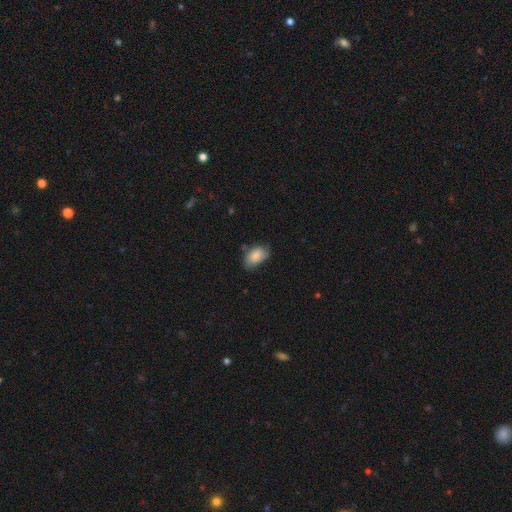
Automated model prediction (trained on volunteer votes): Smooth or featured?
  - smooth: 80% *
  - featured or disk: 13%
  - star or artifact: 7%
How rounded?
  - in between: 91% *
  - round: 7%
  - cigar-shaped: 2%
Merging?
  - none: 61% *
  - minor disturbance: 30%
  - major disturbance: 6%
  - merger: 3%